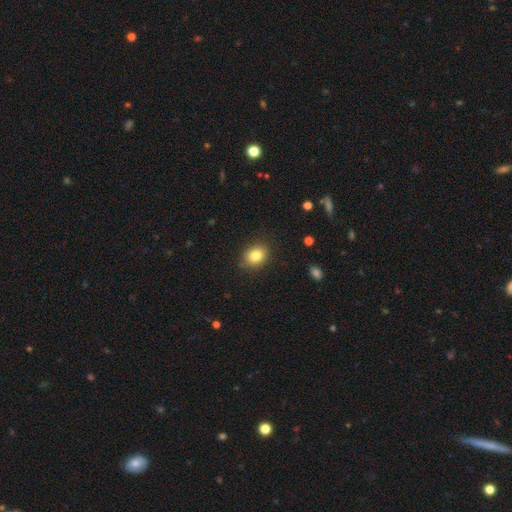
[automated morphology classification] This appears to be a smooth galaxy with no disk features (82%) that is in between round and cigar-shaped (55%). Merging: none (83%).